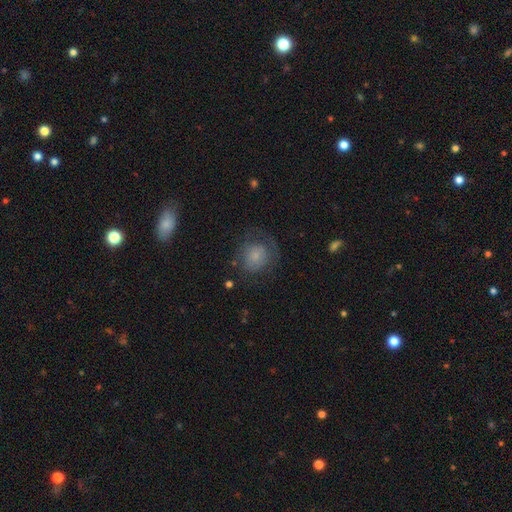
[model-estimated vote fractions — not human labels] Overall: smooth (65%; featured or disk 26%). How rounded: round (77%). Merging: none (54%; major disturbance 22%).